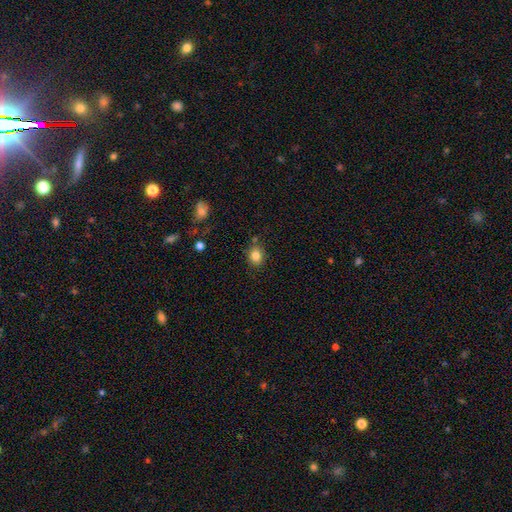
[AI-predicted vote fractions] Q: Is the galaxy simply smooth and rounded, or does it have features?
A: smooth — 83%.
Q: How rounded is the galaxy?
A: round — 57%.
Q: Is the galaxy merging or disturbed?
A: none — 78%.